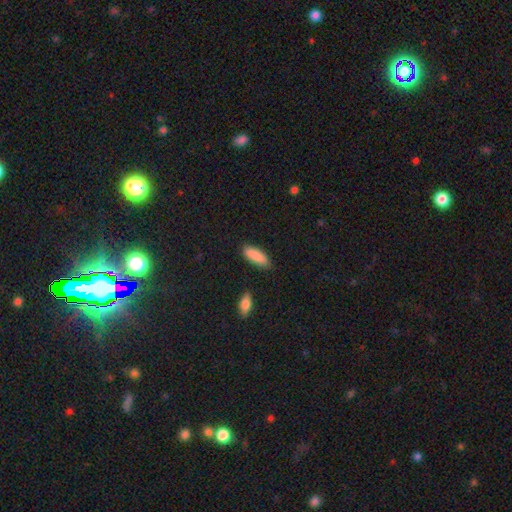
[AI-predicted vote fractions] A smooth galaxy with no disk features (88%) that is in between round and cigar-shaped (60%).

Vote fractions:
- Smooth or featured? smooth: 88% / star or artifact: 6% / featured or disk: 6%
- How rounded? in between: 60% / cigar-shaped: 39% / round: 2%
- Merging? none: 83% / minor disturbance: 12% / major disturbance: 2% / merger: 2%